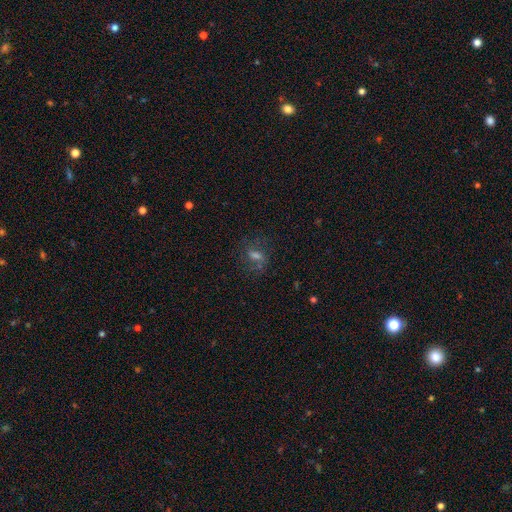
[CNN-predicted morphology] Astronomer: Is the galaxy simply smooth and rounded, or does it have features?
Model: smooth — 38% (runner-up: featured or disk, 35%).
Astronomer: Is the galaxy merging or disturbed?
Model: none — 67%.